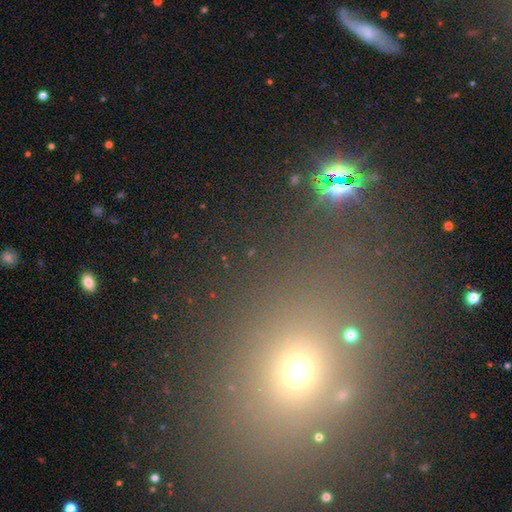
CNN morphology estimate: Smooth or featured? Predicted: smooth (p=0.48). Merging? Predicted: none (p=0.80).